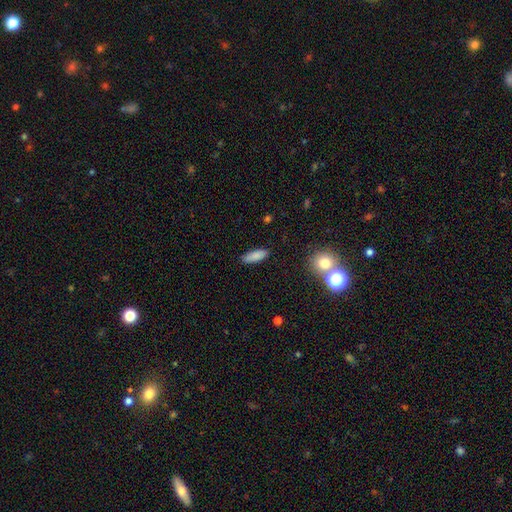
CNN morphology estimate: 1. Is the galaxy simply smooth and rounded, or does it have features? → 85% smooth, 8% star or artifact, 7% featured or disk.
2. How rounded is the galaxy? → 63% in between, 35% cigar-shaped, 2% round.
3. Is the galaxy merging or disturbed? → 88% none, 9% minor disturbance, 2% major disturbance, 2% merger.